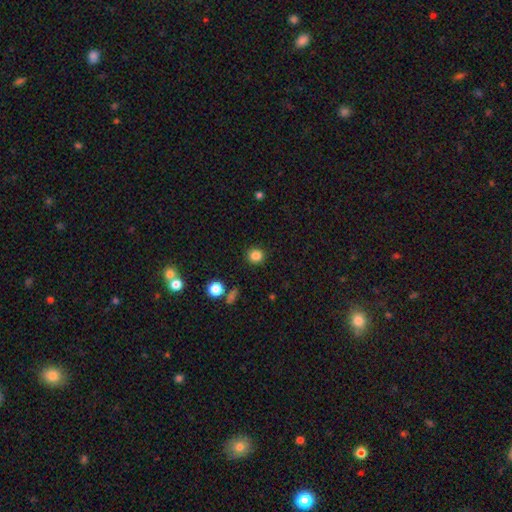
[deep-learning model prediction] Smooth or featured: smooth — 84% (star or artifact — 11%)
How rounded: round — 87% (in between — 12%)
Merging: none — 90% (minor disturbance — 6%)